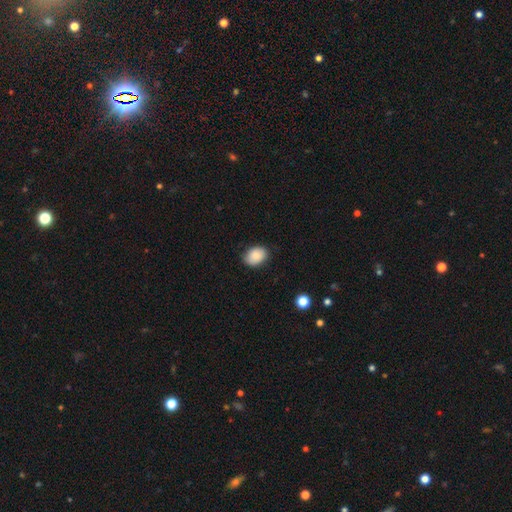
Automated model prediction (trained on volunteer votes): A smooth galaxy with no disk features (86%) that is in between round and cigar-shaped (75%).

Vote fractions:
- Smooth or featured? smooth: 86% / star or artifact: 7% / featured or disk: 6%
- How rounded? in between: 75% / round: 24% / cigar-shaped: 1%
- Merging? none: 82% / minor disturbance: 14% / major disturbance: 2% / merger: 1%